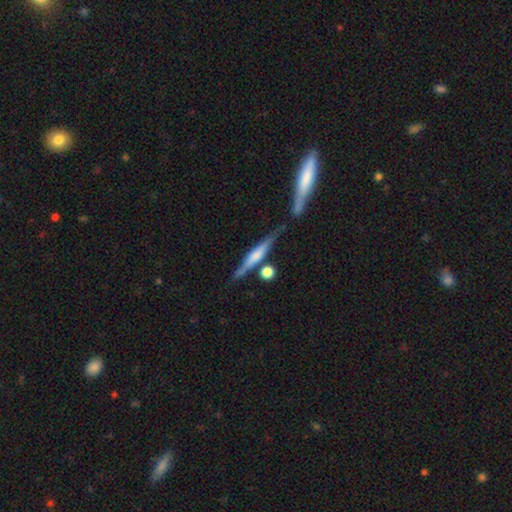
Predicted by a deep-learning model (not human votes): Smooth or featured?
  - featured or disk: 63% *
  - smooth: 30%
  - star or artifact: 7%
Edge-on disk?
  - yes: 95% *
  - no: 5%
Edge-on bulge?
  - rounded: 50% *
  - boxy: 30%
  - none: 20%
Merging?
  - none: 69% *
  - merger: 14%
  - minor disturbance: 13%
  - major disturbance: 4%